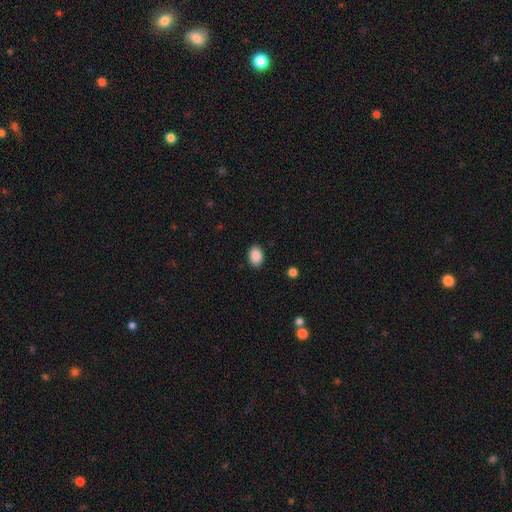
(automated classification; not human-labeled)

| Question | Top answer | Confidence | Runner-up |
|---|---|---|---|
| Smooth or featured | smooth | 89% | star or artifact (8%) |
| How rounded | in between | 84% | round (15%) |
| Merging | none | 88% | minor disturbance (9%) |